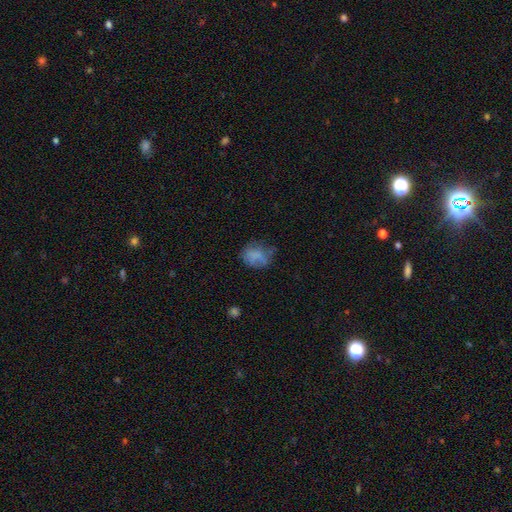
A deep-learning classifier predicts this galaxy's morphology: This is likely a smooth galaxy (67%). How rounded: possibly in between (53%). Merging: possibly none (47%).